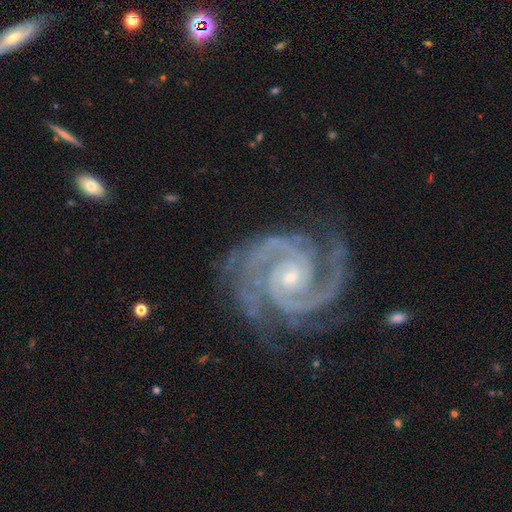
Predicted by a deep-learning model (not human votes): Smooth or featured? featured or disk (94%)
Edge-on disk? no (98%)
Bar? no (66%)
Spiral arms? yes (99%)
Spiral winding? tight (71%)
Spiral arm count? 2 (63%)
Bulge size? small (75%)
Merging? none (76%)